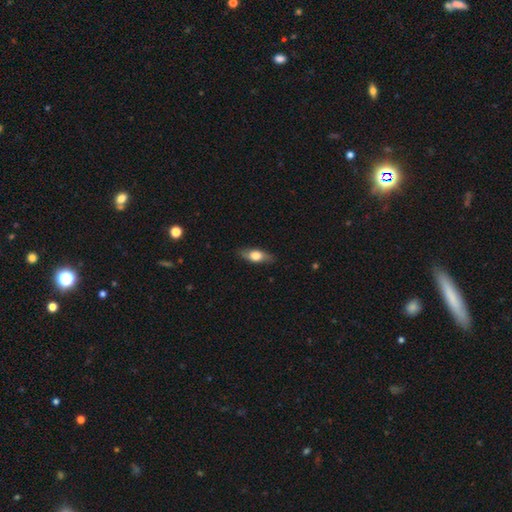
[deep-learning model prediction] A smooth galaxy with no disk features (62%) that is in between round and cigar-shaped (70%). Merging: none (84%).